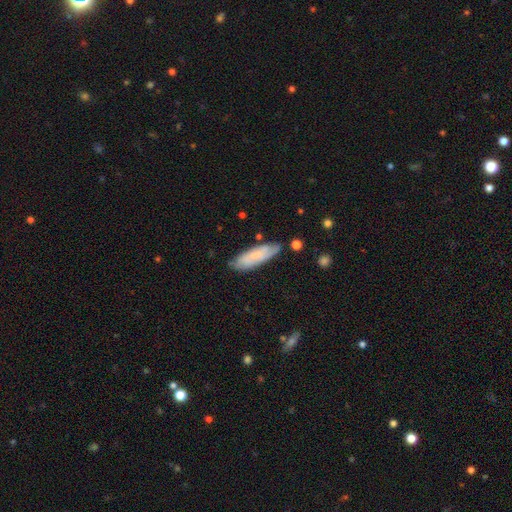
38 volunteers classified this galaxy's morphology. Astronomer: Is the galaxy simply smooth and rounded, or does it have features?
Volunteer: smooth — 45%, tied with featured or disk at 45%.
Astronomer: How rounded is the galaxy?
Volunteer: in between — 59% (runner-up: cigar-shaped, 35%).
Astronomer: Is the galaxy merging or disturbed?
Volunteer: none — 71%.